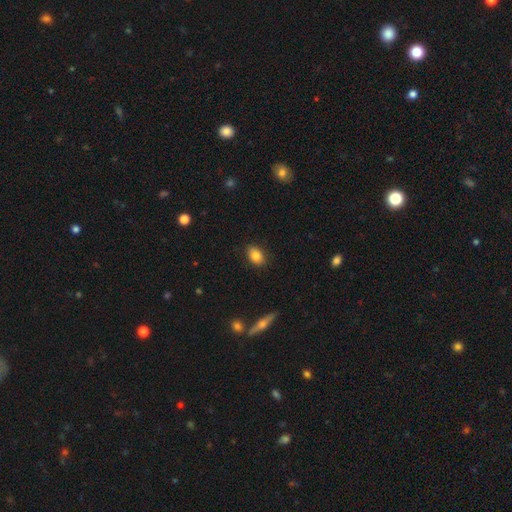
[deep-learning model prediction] smooth 83%, star or artifact 8%, featured or disk 8%. Down the decision tree: how rounded — in between (77%); merging — none (87%).